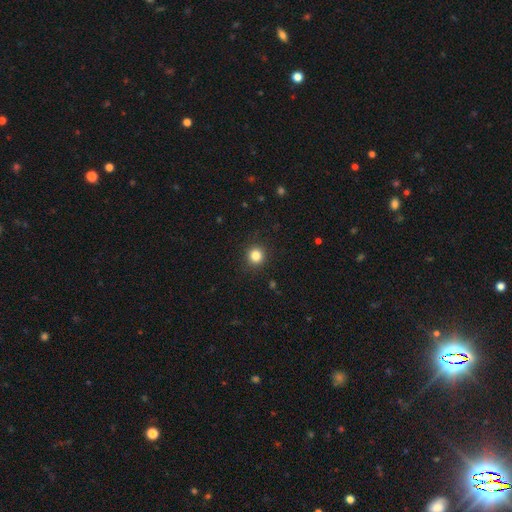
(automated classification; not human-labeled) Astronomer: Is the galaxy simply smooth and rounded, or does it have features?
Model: smooth — 83%.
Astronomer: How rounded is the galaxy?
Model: round — 93%.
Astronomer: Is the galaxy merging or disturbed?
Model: none — 91%.